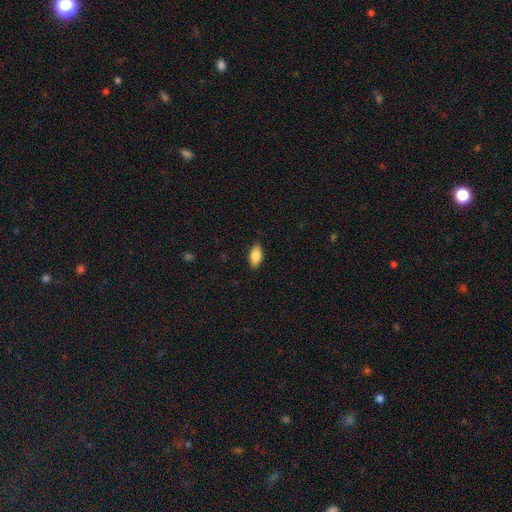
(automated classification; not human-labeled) Q: Smooth or featured?
A: smooth (82%); runner-up: featured or disk (11%)
Q: How rounded?
A: in between (89%); runner-up: cigar-shaped (8%)
Q: Merging?
A: none (88%); runner-up: minor disturbance (9%)